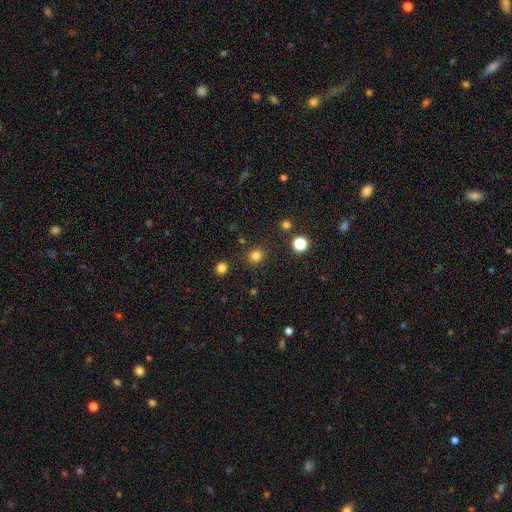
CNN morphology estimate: Smooth or featured: smooth — 80% (star or artifact — 15%)
How rounded: round — 91% (in between — 9%)
Merging: none — 88% (minor disturbance — 6%)